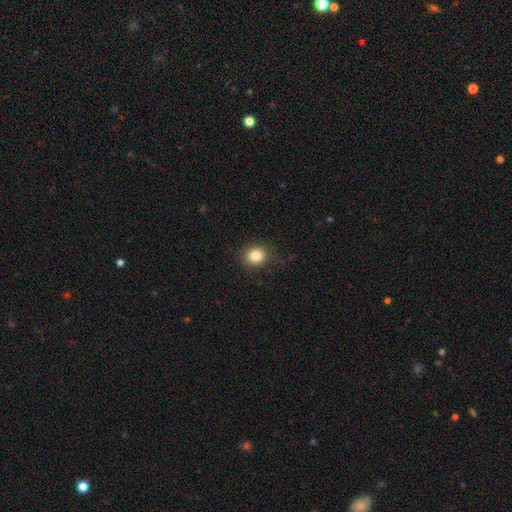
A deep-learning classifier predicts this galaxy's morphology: This is clearly a smooth galaxy (83%). How rounded: clearly round (81%). Merging: clearly none (88%).